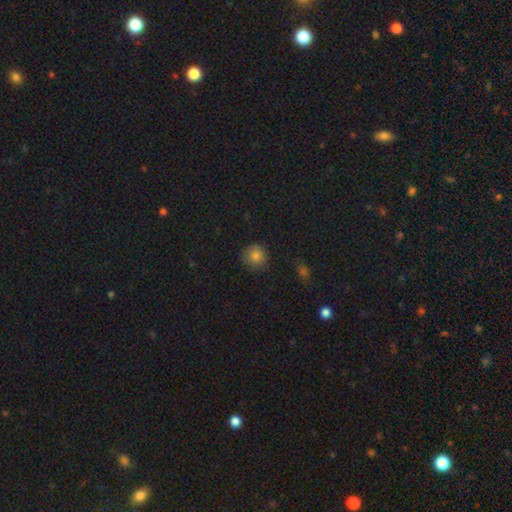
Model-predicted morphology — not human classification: This appears to be a smooth galaxy with no disk features (83%) that is round (92%). Merging: none (82%).